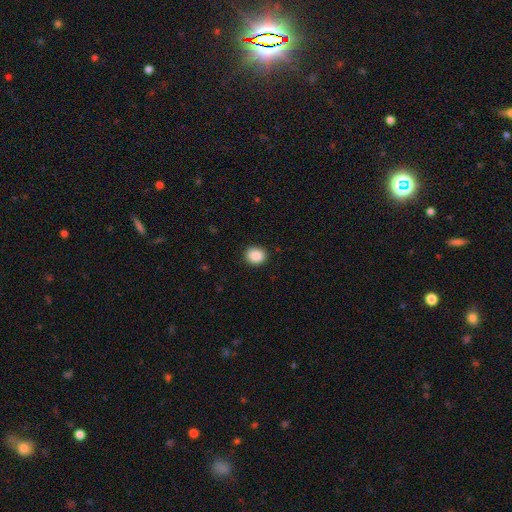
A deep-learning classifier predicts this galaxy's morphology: This is clearly a smooth galaxy (88%). How rounded: likely round (71%). Merging: clearly none (91%).